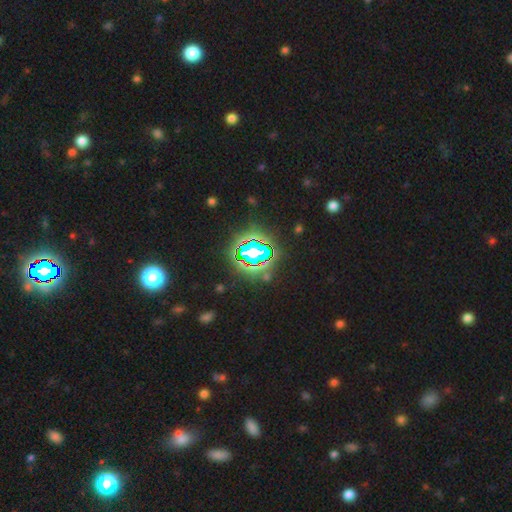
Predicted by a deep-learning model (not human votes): Overall: star or artifact (79%).